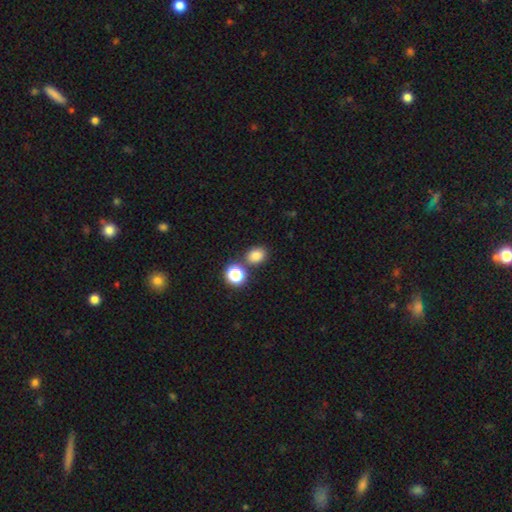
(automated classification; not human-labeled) Smooth or featured?
  - smooth: 81% *
  - star or artifact: 14%
  - featured or disk: 5%
How rounded?
  - round: 59% *
  - in between: 40%
  - cigar-shaped: 1%
Merging?
  - none: 74% *
  - merger: 13%
  - minor disturbance: 9%
  - major disturbance: 3%